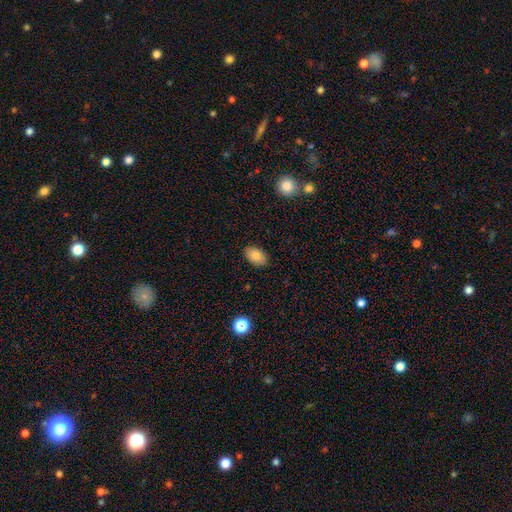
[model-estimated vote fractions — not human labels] A smooth galaxy with no disk features (84%) that is in between round and cigar-shaped (90%).

Vote fractions:
- Smooth or featured? smooth: 84% / featured or disk: 8% / star or artifact: 8%
- How rounded? in between: 90% / round: 8% / cigar-shaped: 1%
- Merging? none: 87% / minor disturbance: 9% / major disturbance: 2% / merger: 1%